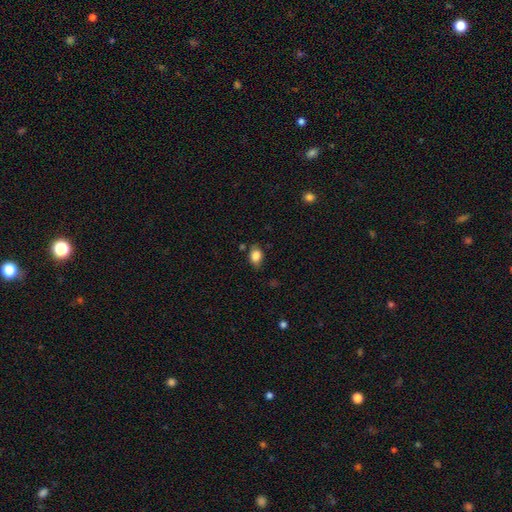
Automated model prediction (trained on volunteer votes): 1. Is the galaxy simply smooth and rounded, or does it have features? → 85% smooth, 9% star or artifact, 6% featured or disk.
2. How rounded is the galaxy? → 73% in between, 25% round, 1% cigar-shaped.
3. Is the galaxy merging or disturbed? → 74% none, 20% minor disturbance, 4% major disturbance, 3% merger.